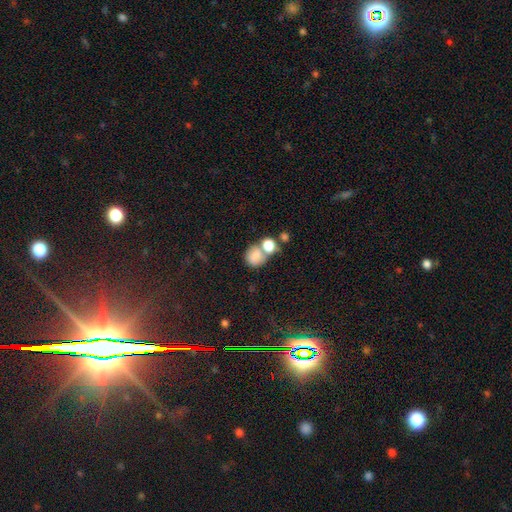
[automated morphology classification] A smooth galaxy with no disk features (80%) that is round (69%). Merging: merger (48%).